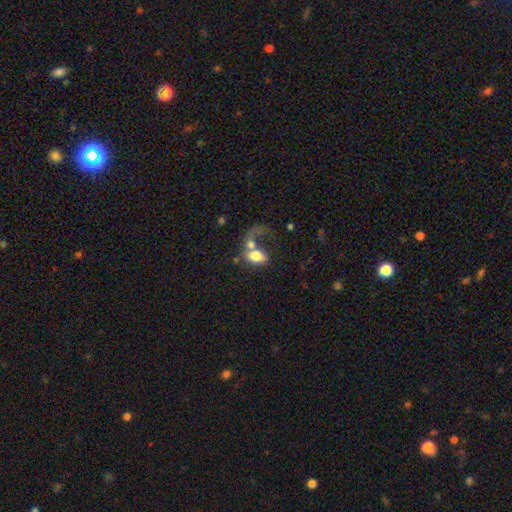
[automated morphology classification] Smooth or featured? smooth (65%)
How rounded? in between (79%)
Merging? merger (48%)